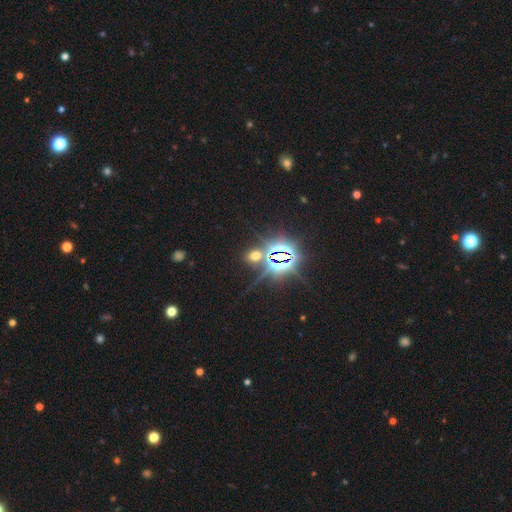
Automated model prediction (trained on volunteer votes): Overall: star or artifact (61%; smooth 31%).